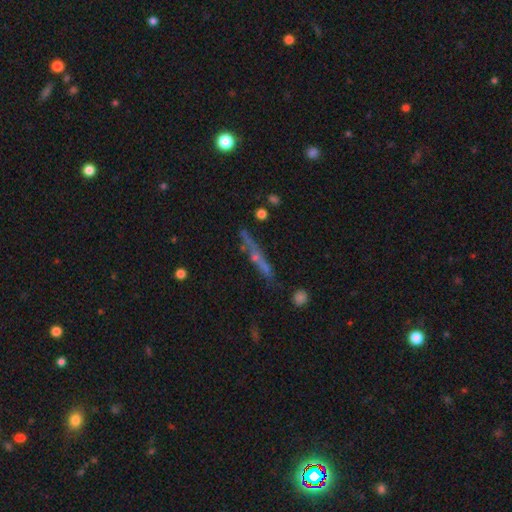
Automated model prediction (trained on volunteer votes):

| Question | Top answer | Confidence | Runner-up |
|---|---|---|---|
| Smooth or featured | featured or disk | 51% | smooth (32%) |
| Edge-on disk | yes | 82% | no (18%) |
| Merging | none | 70% | minor disturbance (17%) |